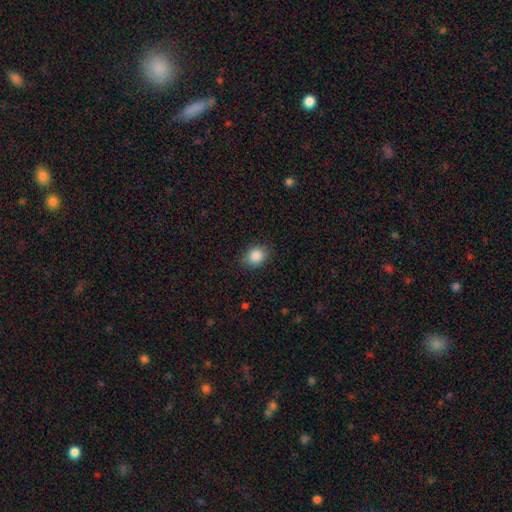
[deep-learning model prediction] Smooth or featured: smooth — 88% (star or artifact — 9%)
How rounded: round — 55% (in between — 44%)
Merging: none — 83% (minor disturbance — 13%)